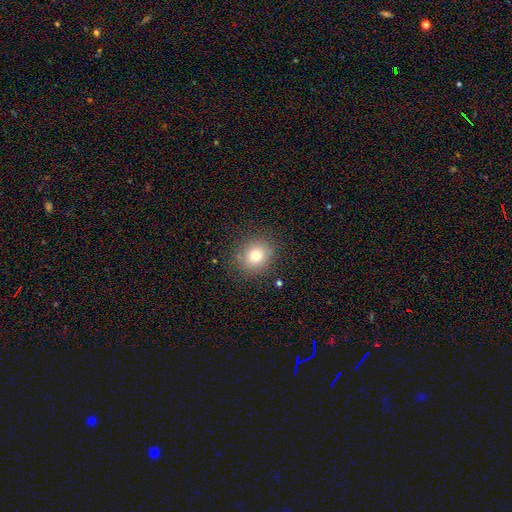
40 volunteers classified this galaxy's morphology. A smooth galaxy with no disk features (78%) that is round (55%).

Vote fractions:
- Smooth or featured? smooth: 78% / featured or disk: 12% / star or artifact: 10%
- How rounded? round: 55% / in between: 45% / cigar-shaped: 0%
- Merging? none: 83% / minor disturbance: 11% / major disturbance: 6% / merger: 0%